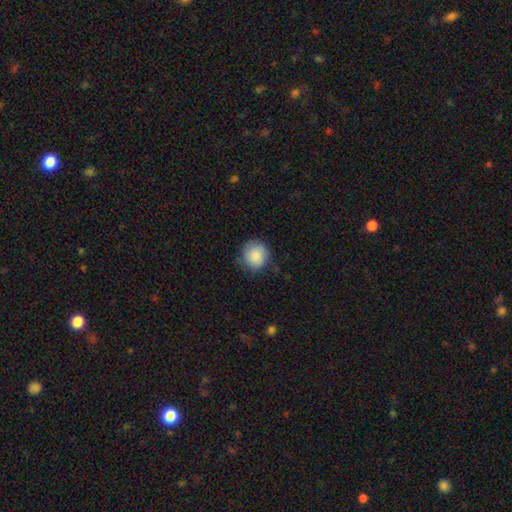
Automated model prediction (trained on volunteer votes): This appears to be a smooth galaxy with no disk features (88%) that is round (86%). Merging: none (79%).